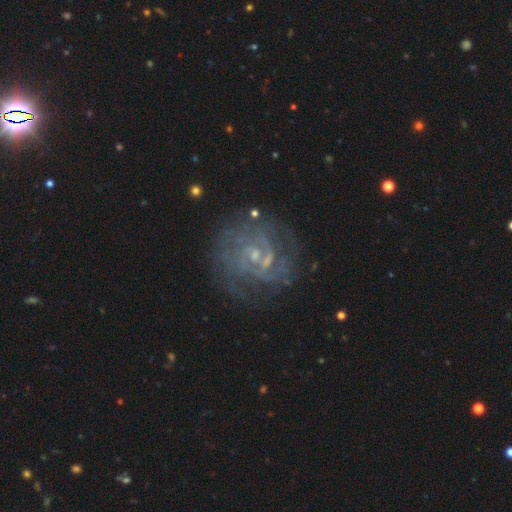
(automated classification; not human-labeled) Smooth or featured: featured or disk — 79% (star or artifact — 12%)
Edge-on disk: no — 98% (yes — 2%)
Bar: no — 48% (weak — 43%)
Spiral arms: yes — 88% (no — 12%)
Spiral winding: tight — 52% (medium — 35%)
Spiral arm count: can't tell — 37% (2 — 28%)
Bulge size: small — 73% (moderate — 16%)
Merging: none — 71% (minor disturbance — 15%)